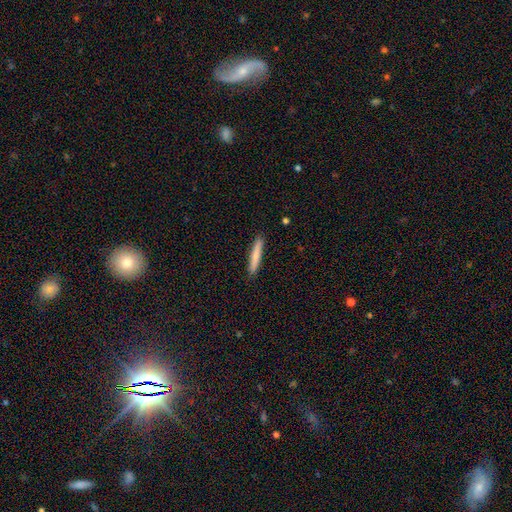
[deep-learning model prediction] smooth_or_featured: smooth (p=0.76) [alt: featured or disk p=0.19]
how_rounded: cigar-shaped (p=0.94) [alt: in between p=0.05]
merging: none (p=0.90) [alt: minor disturbance p=0.07]